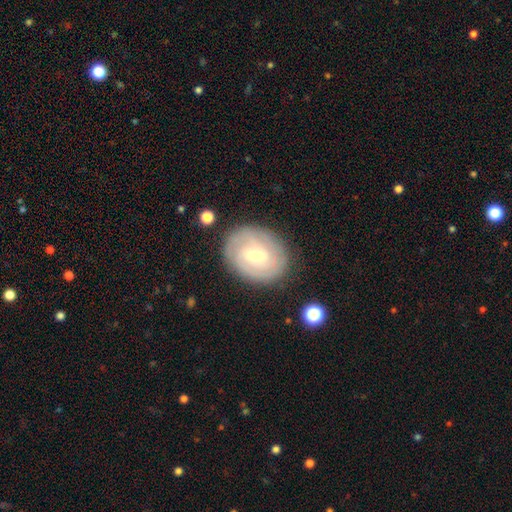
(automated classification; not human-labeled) This appears to be a featured or disk galaxy (69%) with a weak bar (57%), tight (70%) spiral arms (81%) and a moderate central bulge (51%). Merging: none (82%).